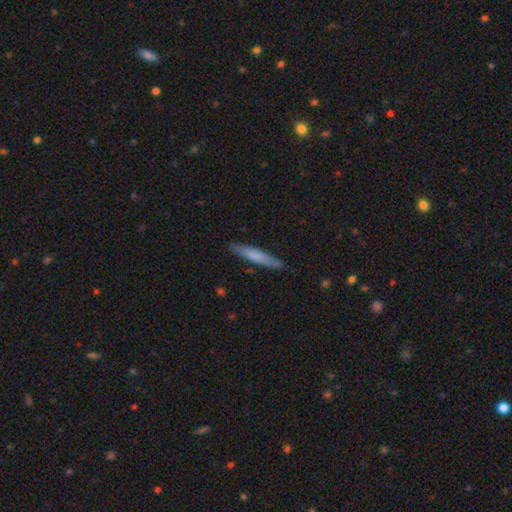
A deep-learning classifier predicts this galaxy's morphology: type=smooth (70%); roundness=cigar-shaped (94%); merging=none (88%).